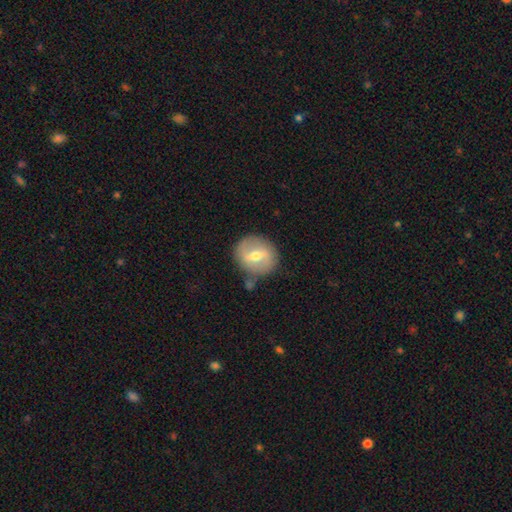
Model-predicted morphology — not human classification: type=featured or disk (52%); edge-on=no (94%); merging=none (76%).